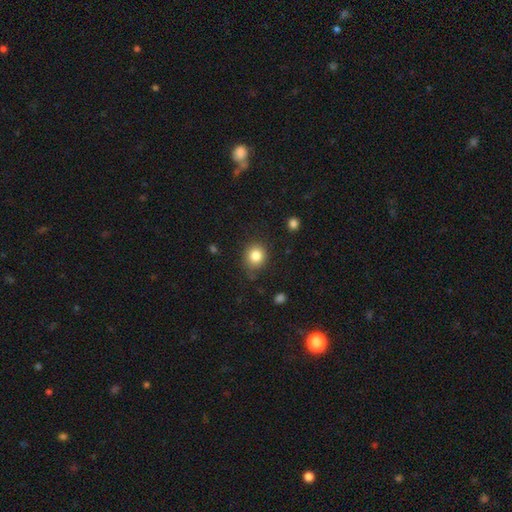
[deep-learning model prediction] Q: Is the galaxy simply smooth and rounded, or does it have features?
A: smooth — 83%.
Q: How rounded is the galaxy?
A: round — 83%.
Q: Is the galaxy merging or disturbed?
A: none — 82%.